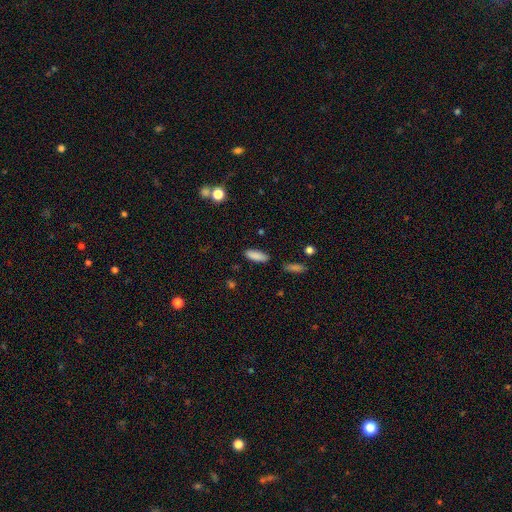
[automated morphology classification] Smooth or featured?
  - smooth: 87% *
  - star or artifact: 7%
  - featured or disk: 5%
How rounded?
  - in between: 64% *
  - cigar-shaped: 34%
  - round: 2%
Merging?
  - none: 82% *
  - minor disturbance: 12%
  - merger: 3%
  - major disturbance: 3%